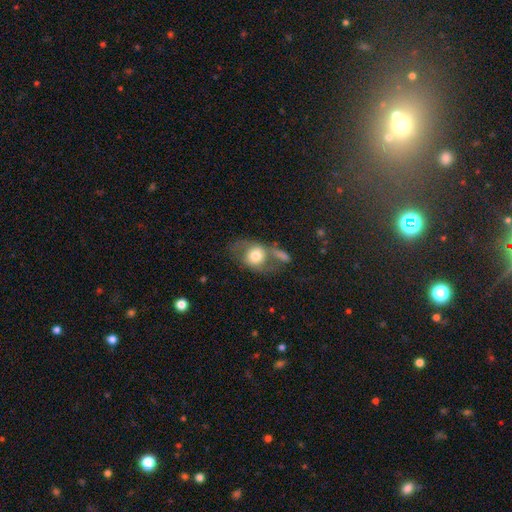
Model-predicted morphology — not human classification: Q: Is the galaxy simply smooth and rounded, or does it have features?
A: smooth — 59%.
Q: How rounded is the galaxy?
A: in between — 55%.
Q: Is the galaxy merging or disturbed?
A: none — 38%.